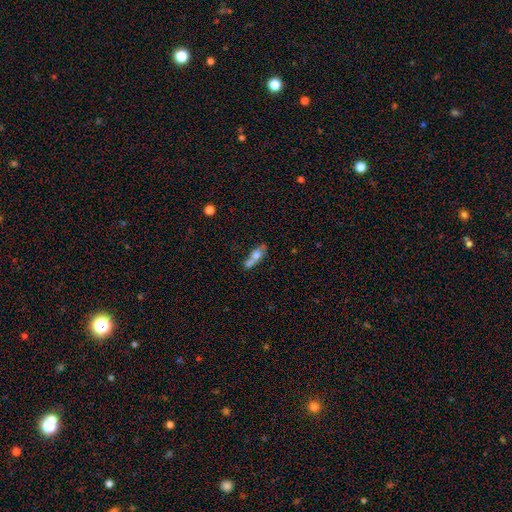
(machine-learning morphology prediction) smooth-or-featured: smooth: 57% | featured or disk: 35% | star or artifact: 8%
  how-rounded: in between: 58% | cigar-shaped: 36% | round: 6%
  merging: none: 39% | merger: 35% | minor disturbance: 18% | major disturbance: 8%